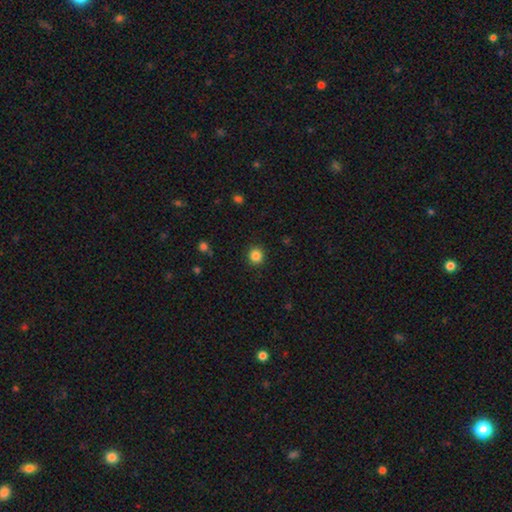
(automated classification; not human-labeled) Q: Smooth or featured?
A: smooth (85%); runner-up: star or artifact (11%)
Q: How rounded?
A: round (92%); runner-up: in between (7%)
Q: Merging?
A: none (92%); runner-up: minor disturbance (5%)